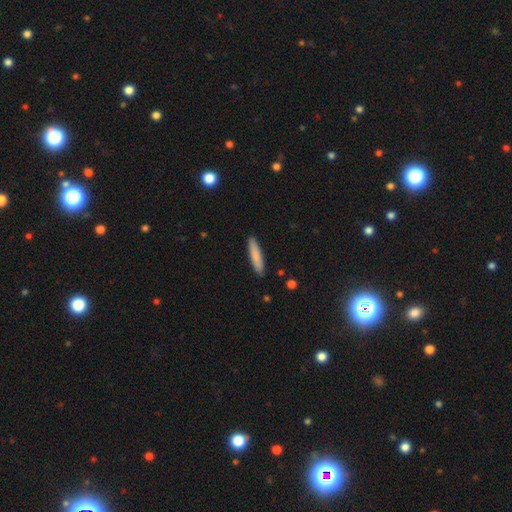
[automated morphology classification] A smooth galaxy with no disk features (83%) that is cigar-shaped (87%). Merging: none (90%).